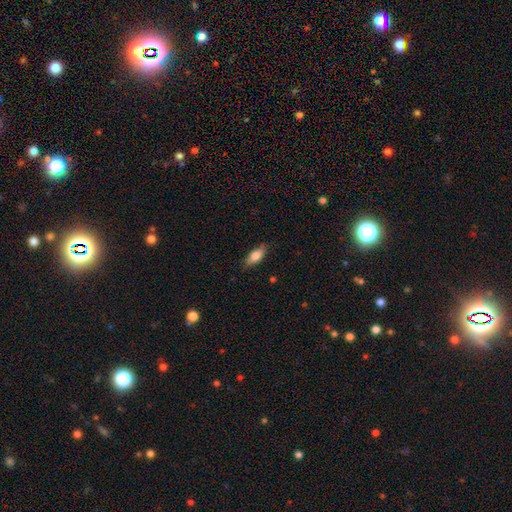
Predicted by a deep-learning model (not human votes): Morphology: type=smooth (74%); roundness=in between (74%); merging=none (83%).